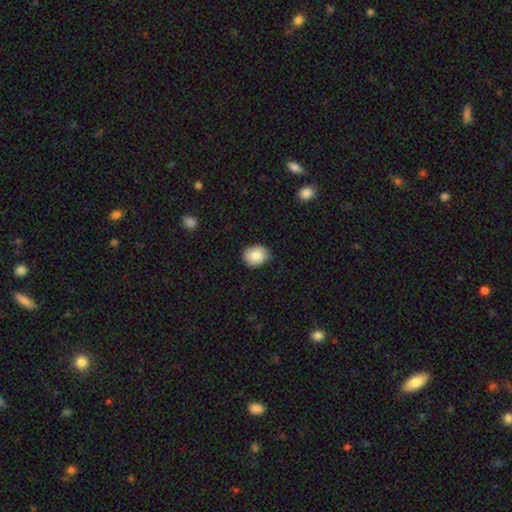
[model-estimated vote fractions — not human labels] Morphology: type=smooth (77%); roundness=round (55%); merging=none (74%).